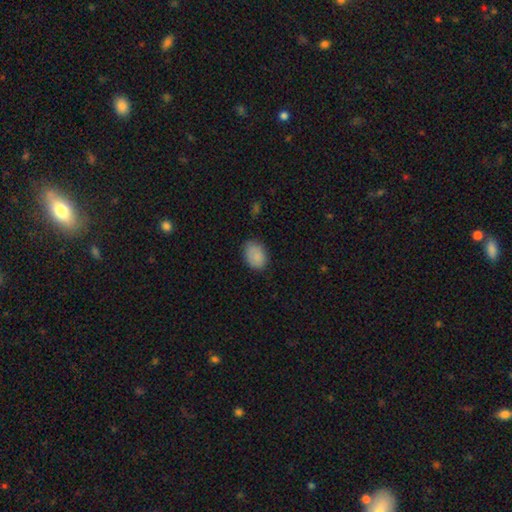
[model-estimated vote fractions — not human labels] smooth 87%, star or artifact 8%, featured or disk 5%. Down the decision tree: how rounded — in between (74%); merging — none (77%).